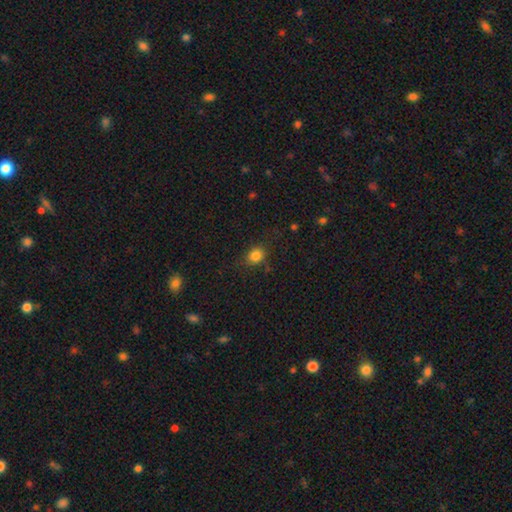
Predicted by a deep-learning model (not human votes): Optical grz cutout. It shows a smooth galaxy with no disk features (82%) that is round (63%). Merging: none (79%).